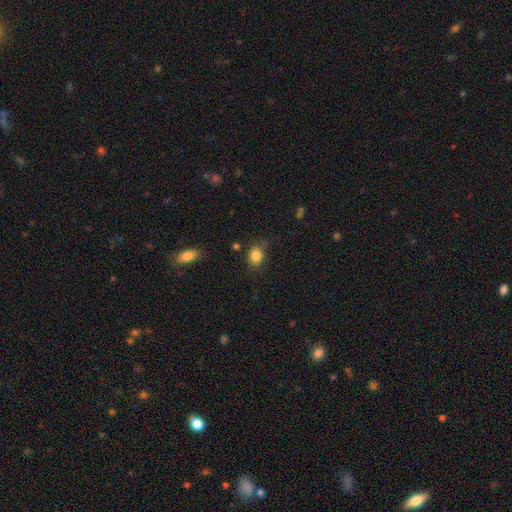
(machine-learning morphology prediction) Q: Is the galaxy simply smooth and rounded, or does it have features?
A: smooth — 84%.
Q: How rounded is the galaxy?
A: in between — 57%.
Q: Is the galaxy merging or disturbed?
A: none — 75%.